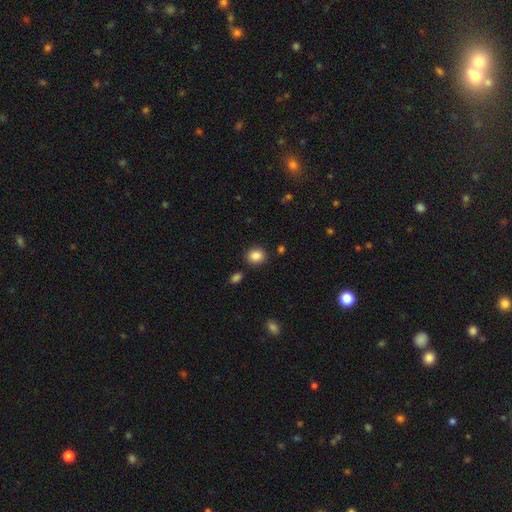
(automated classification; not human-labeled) Smooth or featured: smooth — 87% (star or artifact — 9%)
How rounded: round — 56% (in between — 43%)
Merging: none — 83% (minor disturbance — 10%)